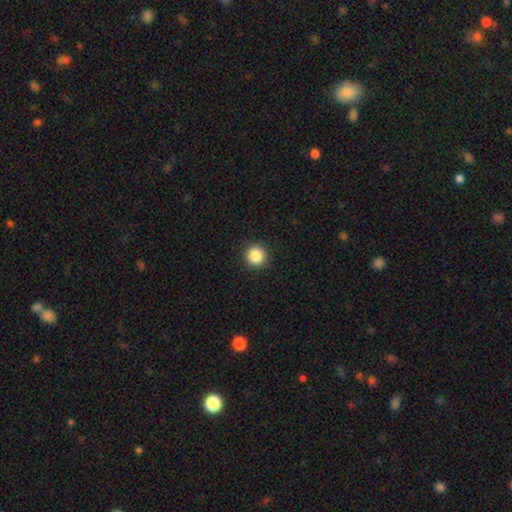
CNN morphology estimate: This appears to be a smooth galaxy with no disk features (87%) that is round (96%). Merging: none (93%).